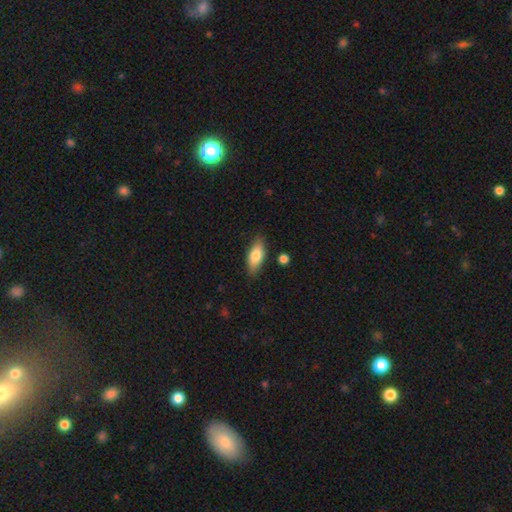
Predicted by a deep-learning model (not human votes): This appears to be a smooth galaxy with no disk features (73%) that is in between round and cigar-shaped (75%). Merging: none (83%).